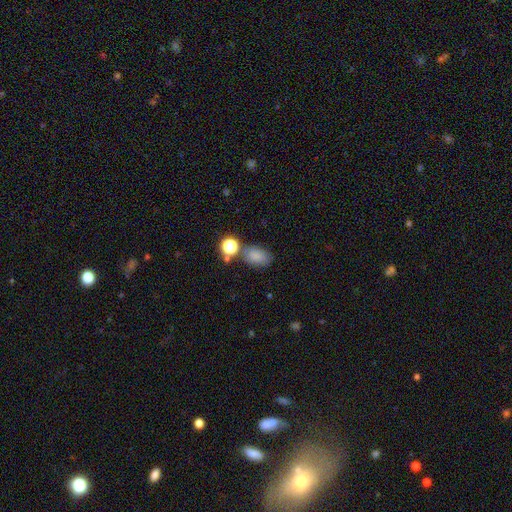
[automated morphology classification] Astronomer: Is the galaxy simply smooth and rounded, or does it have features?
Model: smooth — 79%.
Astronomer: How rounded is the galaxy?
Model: in between — 81%.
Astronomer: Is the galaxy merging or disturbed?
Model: none — 66%.